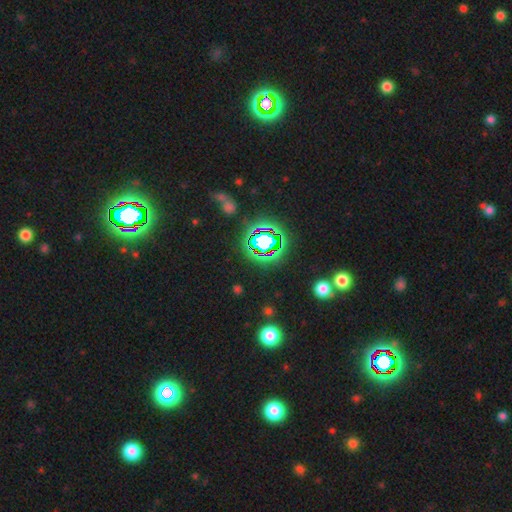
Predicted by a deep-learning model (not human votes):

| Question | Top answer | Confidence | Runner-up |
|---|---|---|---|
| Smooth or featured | star or artifact | 78% | smooth (13%) |